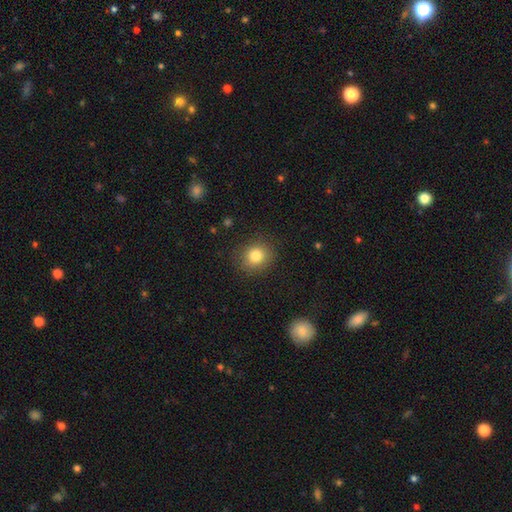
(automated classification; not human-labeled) This is clearly a smooth galaxy (82%). How rounded: likely round (76%). Merging: clearly none (86%).